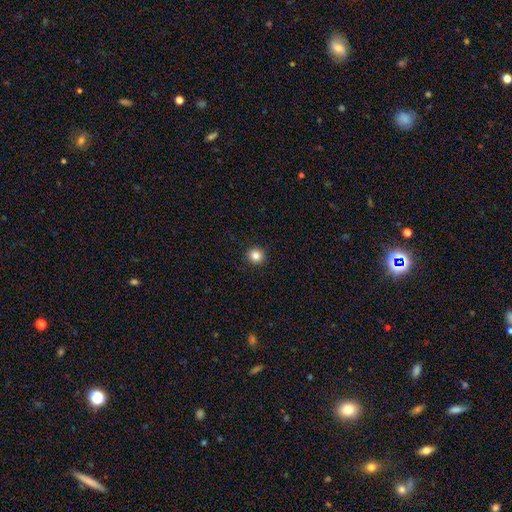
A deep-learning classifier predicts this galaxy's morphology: This appears to be a smooth galaxy with no disk features (84%) that is round (94%). Merging: none (93%).